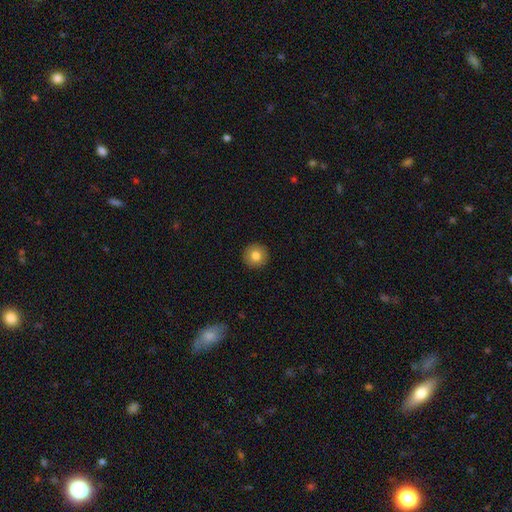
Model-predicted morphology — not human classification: This is clearly a smooth galaxy (80%). How rounded: clearly round (95%). Merging: clearly none (93%).